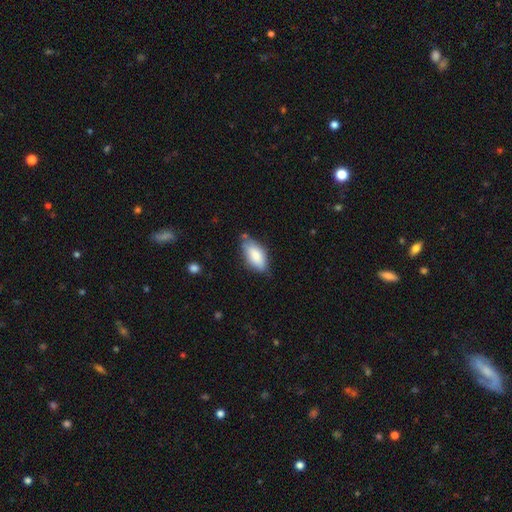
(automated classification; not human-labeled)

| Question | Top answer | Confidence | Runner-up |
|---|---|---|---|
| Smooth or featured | smooth | 82% | featured or disk (12%) |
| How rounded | in between | 89% | cigar-shaped (9%) |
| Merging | none | 65% | minor disturbance (27%) |